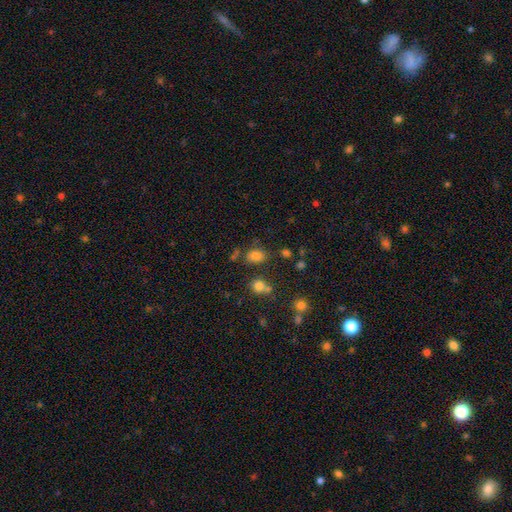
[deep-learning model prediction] Morphology: type=smooth (79%); roundness=in between (72%); merging=none (68%).